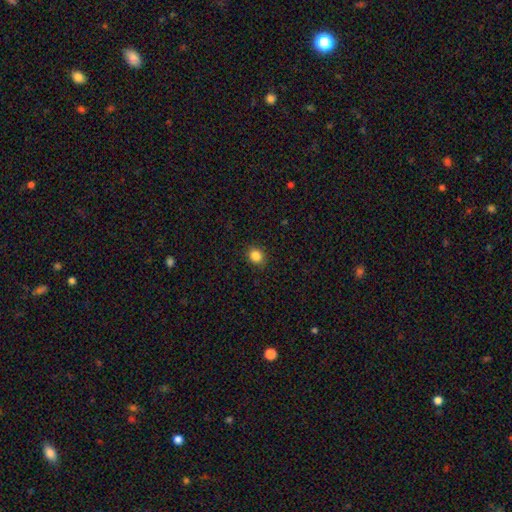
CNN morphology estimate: smooth-or-featured: smooth: 85% | star or artifact: 11% | featured or disk: 4%
  how-rounded: round: 68% | in between: 31% | cigar-shaped: 1%
  merging: none: 90% | minor disturbance: 7% | major disturbance: 2% | merger: 1%